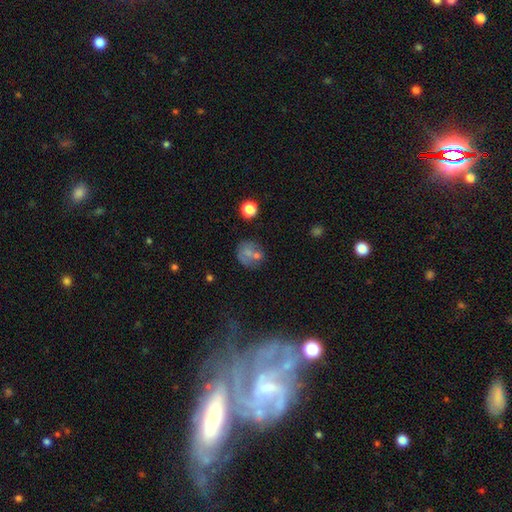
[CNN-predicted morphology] type=smooth (55%); roundness=round (80%); merging=none (58%).